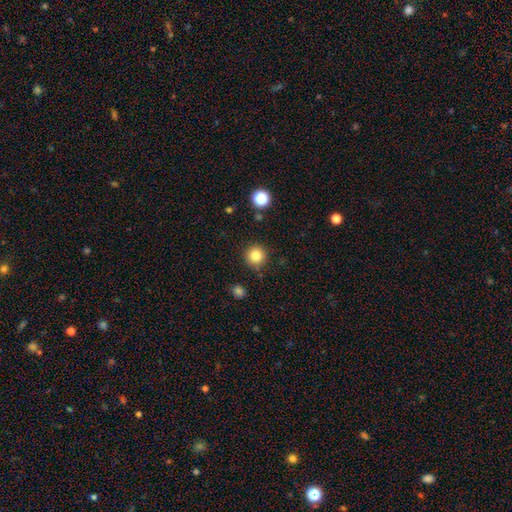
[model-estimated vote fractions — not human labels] smooth-or-featured: smooth: 83% | star or artifact: 12% | featured or disk: 5%
  how-rounded: round: 95% | in between: 4% | cigar-shaped: 1%
  merging: none: 89% | minor disturbance: 7% | merger: 2% | major disturbance: 2%